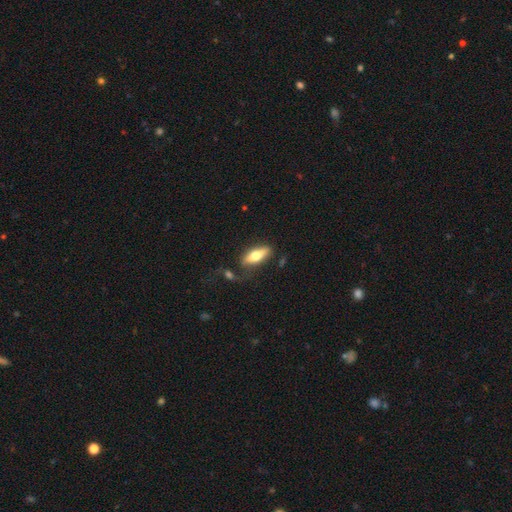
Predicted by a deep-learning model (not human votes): A smooth galaxy with no disk features (62%) that is in between round and cigar-shaped (66%).

Vote fractions:
- Smooth or featured? smooth: 62% / featured or disk: 32% / star or artifact: 6%
- How rounded? in between: 66% / cigar-shaped: 31% / round: 3%
- Merging? none: 64% / minor disturbance: 19% / major disturbance: 9% / merger: 8%